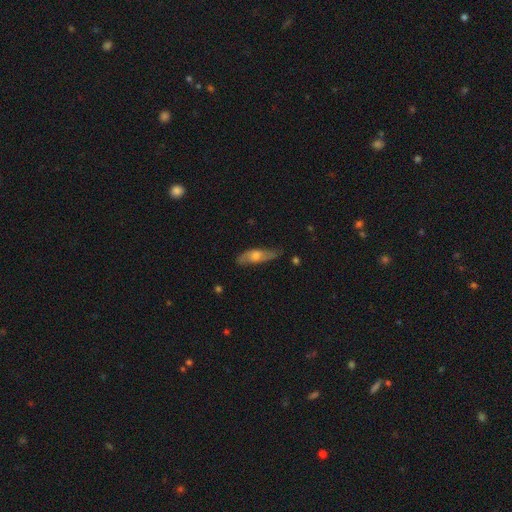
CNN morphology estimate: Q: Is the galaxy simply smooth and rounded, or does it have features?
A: smooth — 49%.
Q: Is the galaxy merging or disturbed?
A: none — 65%.